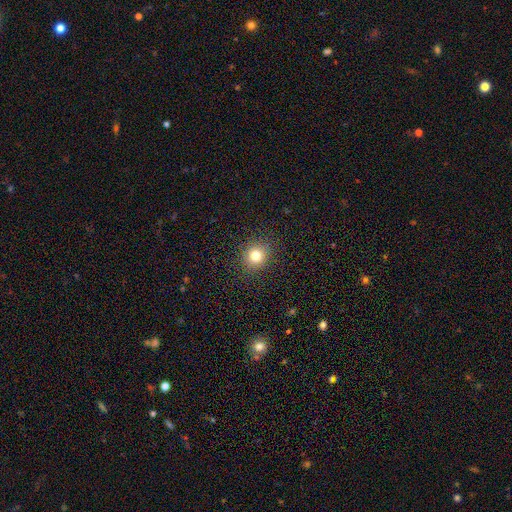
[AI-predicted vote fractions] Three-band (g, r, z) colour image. It shows a smooth galaxy with no disk features (79%) that is round (86%). Merging: none (90%).